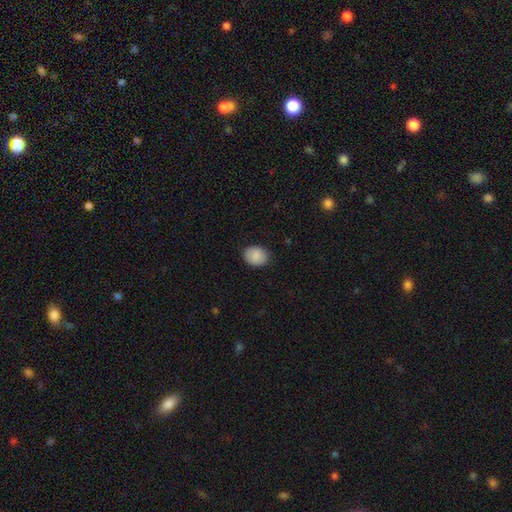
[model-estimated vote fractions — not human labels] Q: Smooth or featured?
A: smooth (88%); runner-up: star or artifact (7%)
Q: How rounded?
A: in between (53%); runner-up: round (46%)
Q: Merging?
A: none (87%); runner-up: minor disturbance (10%)